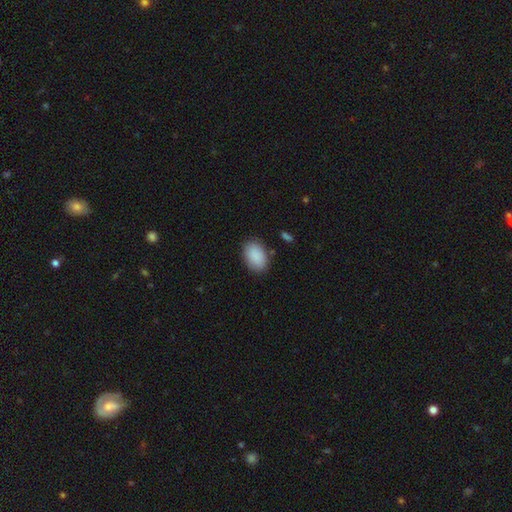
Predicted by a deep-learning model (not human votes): smooth-or-featured: smooth: 90% | star or artifact: 7% | featured or disk: 4%
  how-rounded: in between: 88% | round: 11% | cigar-shaped: 1%
  merging: none: 84% | minor disturbance: 11% | major disturbance: 3% | merger: 2%